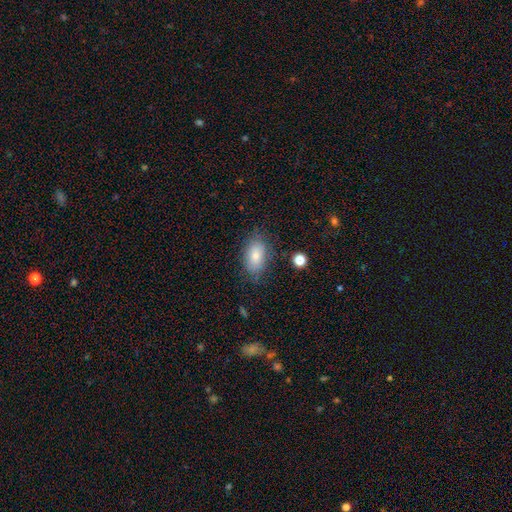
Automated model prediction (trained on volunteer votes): smooth 81%, featured or disk 12%, star or artifact 8%. Down the decision tree: how rounded — in between (91%); merging — none (75%).